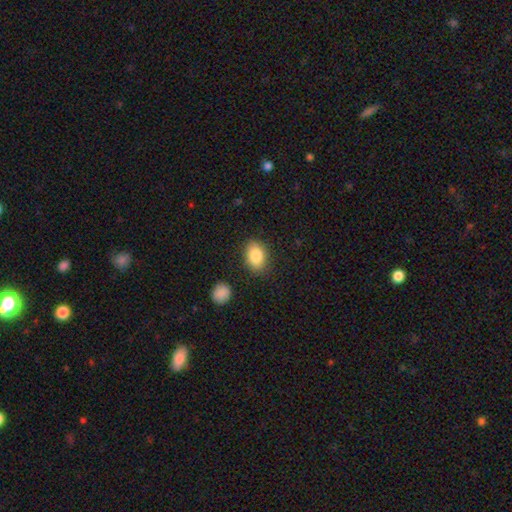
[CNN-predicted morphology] type=smooth (86%); roundness=in between (83%); merging=none (84%).